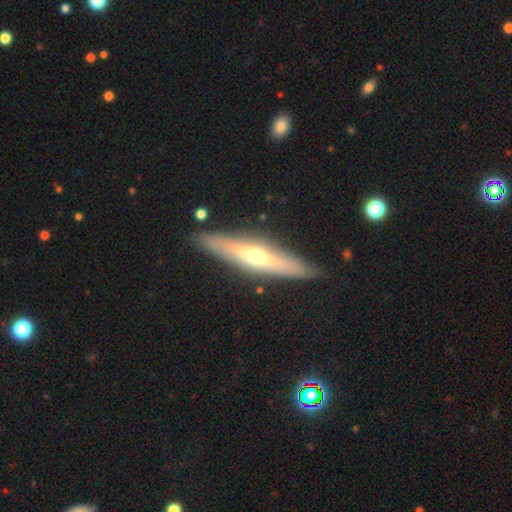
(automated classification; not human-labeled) smooth-or-featured: featured or disk: 67% | smooth: 27% | star or artifact: 6%
  disk-edge-on: yes: 88% | no: 12%
    edge-on-bulge: rounded: 85% | none: 11% | boxy: 4%
  merging: none: 86% | minor disturbance: 10% | major disturbance: 2% | merger: 2%